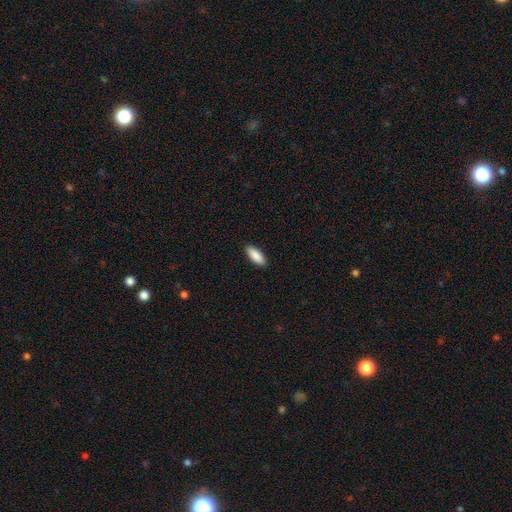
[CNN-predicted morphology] Smooth or featured?
  - smooth: 89% *
  - star or artifact: 6%
  - featured or disk: 5%
How rounded?
  - in between: 76% *
  - cigar-shaped: 22%
  - round: 2%
Merging?
  - none: 90% *
  - minor disturbance: 7%
  - major disturbance: 2%
  - merger: 1%